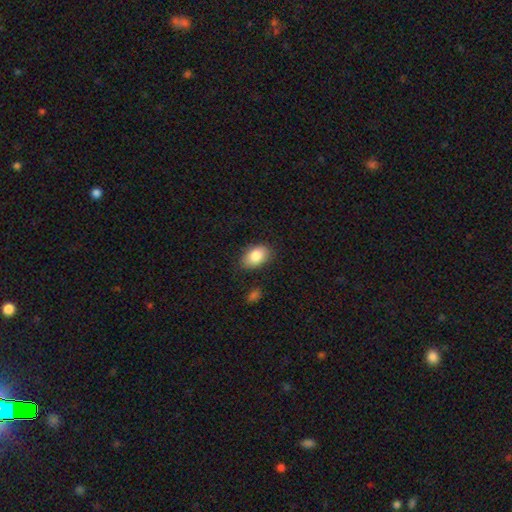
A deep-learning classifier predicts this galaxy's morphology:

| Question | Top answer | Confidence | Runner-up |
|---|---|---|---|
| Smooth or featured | smooth | 84% | featured or disk (9%) |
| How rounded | in between | 87% | round (12%) |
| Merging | none | 81% | minor disturbance (14%) |